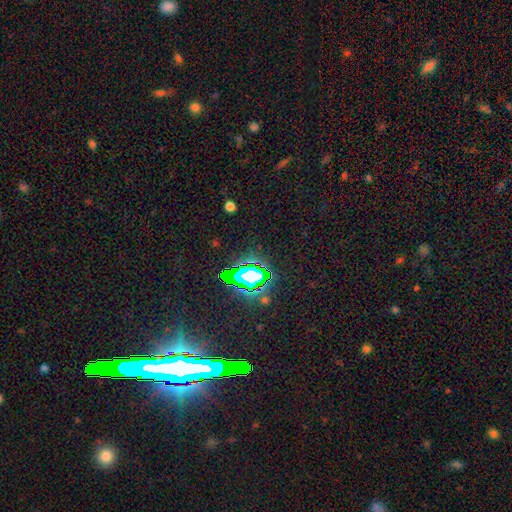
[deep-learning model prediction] Smooth or featured: star or artifact — 80% (smooth — 10%)